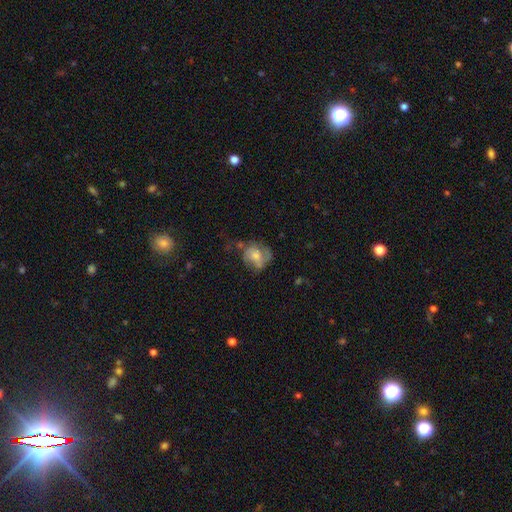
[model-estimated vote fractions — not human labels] Smooth or featured?
  - smooth: 50% *
  - featured or disk: 41%
  - star or artifact: 9%
How rounded?
  - round: 56% *
  - in between: 43%
  - cigar-shaped: 1%
Merging?
  - none: 40% *
  - minor disturbance: 28%
  - major disturbance: 26%
  - merger: 7%